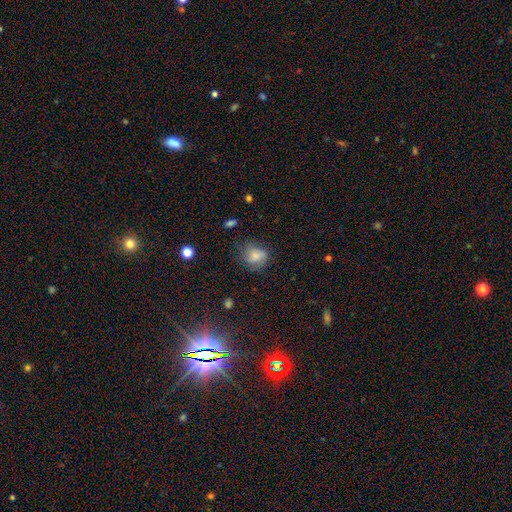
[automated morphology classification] The model was most divided on "how rounded": round: 61%, in between: 38%, cigar-shaped: 1%. More confident: smooth or featured — smooth (74%); merging — none (58%).